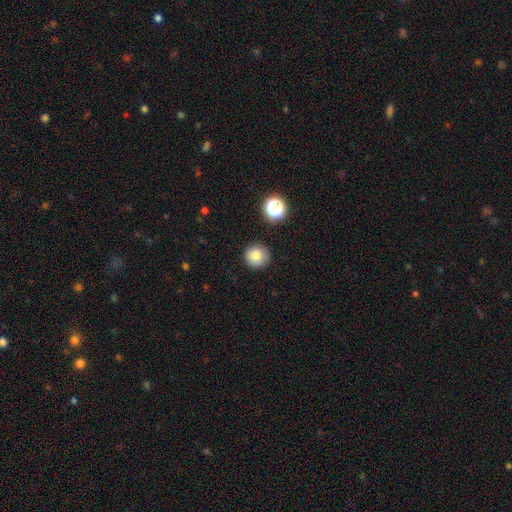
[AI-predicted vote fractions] A smooth galaxy with no disk features (82%) that is round (94%). Merging: none (88%).